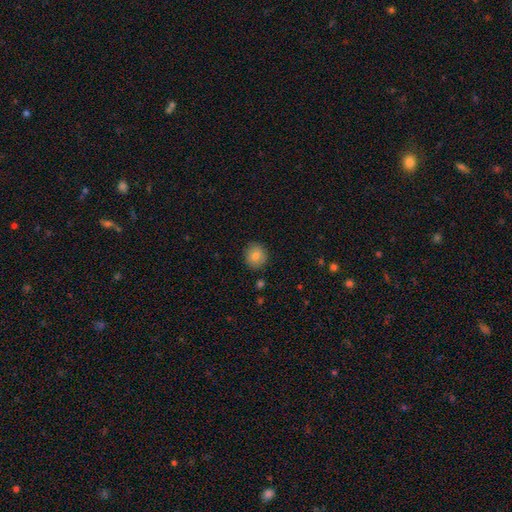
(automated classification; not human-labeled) smooth_or_featured: smooth (p=0.82) [alt: featured or disk p=0.10]
how_rounded: round (p=0.85) [alt: in between p=0.14]
merging: none (p=0.87) [alt: minor disturbance p=0.09]